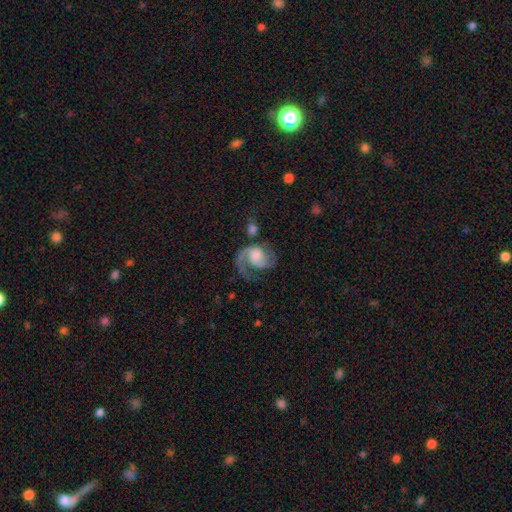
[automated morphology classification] smooth-or-featured: featured or disk: 79% | smooth: 15% | star or artifact: 7%
  disk-edge-on: no: 98% | yes: 2%
    bar: no: 64% | weak: 30% | strong: 6%
    has-spiral-arms: yes: 94% | no: 6%
      spiral-winding: medium: 45% | loose: 30% | tight: 25%
      spiral-arm-count: 1: 51% | 2: 42% | can't tell: 4% | 3: 1% | 4: 1% | more than 4: 1%
    bulge-size: moderate: 33% | large: 25% | small: 22% | none: 17% | dominant: 4%
  merging: none: 43% | major disturbance: 32% | minor disturbance: 18% | merger: 8%